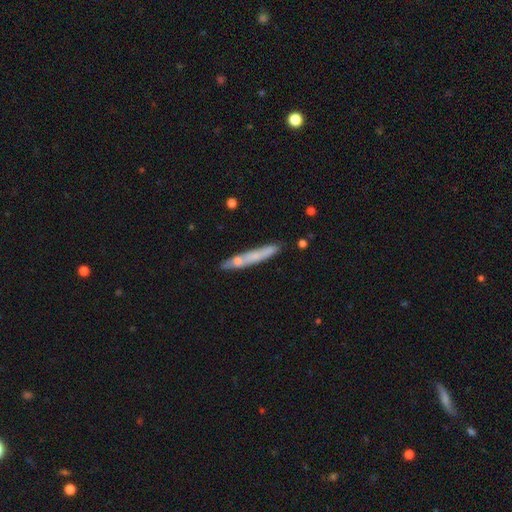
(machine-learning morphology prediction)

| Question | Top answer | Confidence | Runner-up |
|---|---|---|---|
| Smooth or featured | smooth | 55% | featured or disk (38%) |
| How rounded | cigar-shaped | 93% | in between (5%) |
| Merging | none | 72% | minor disturbance (16%) |